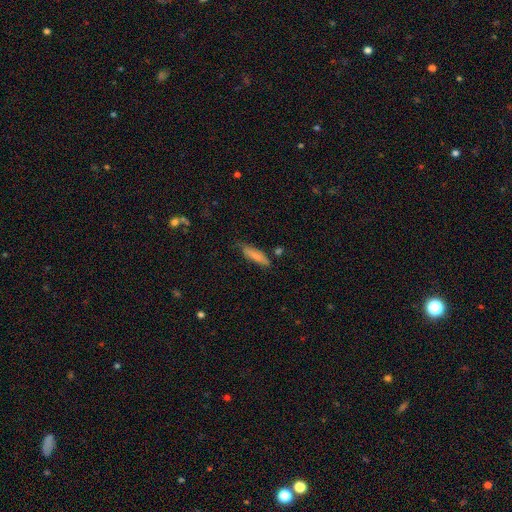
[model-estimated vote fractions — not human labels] This is clearly a smooth galaxy (80%). How rounded: likely cigar-shaped (69%). Merging: likely none (69%).